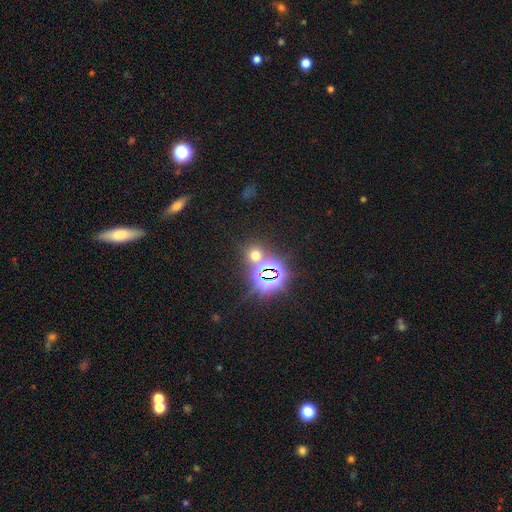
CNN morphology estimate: type=star or artifact (50%).